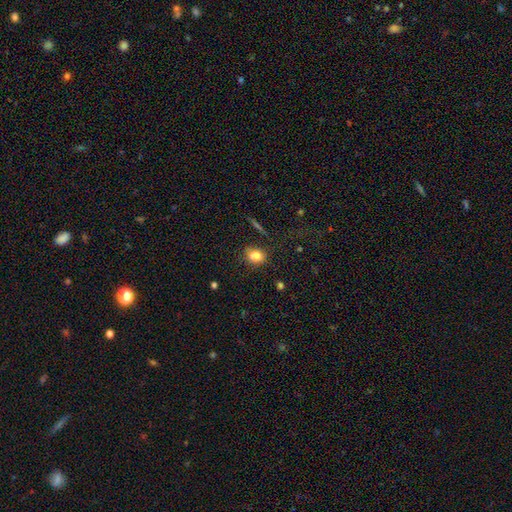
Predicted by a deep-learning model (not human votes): The model was most divided on "how rounded": round: 54%, in between: 44%, cigar-shaped: 2%. More confident: smooth or featured — smooth (80%); merging — none (65%).